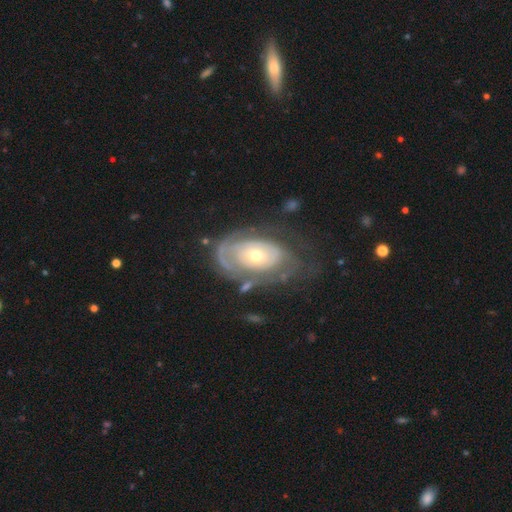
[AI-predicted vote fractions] This appears to be a featured or disk galaxy (74%) with no bar (81%), spiral arms (67%) and a moderate central bulge (53%). Merging: none (54%).